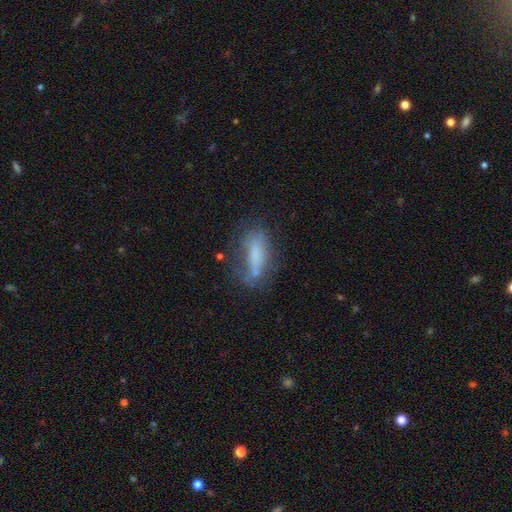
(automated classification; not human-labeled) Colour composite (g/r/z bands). It shows a smooth galaxy with no disk features (64%) that is in between round and cigar-shaped (54%). Merging: none (54%).